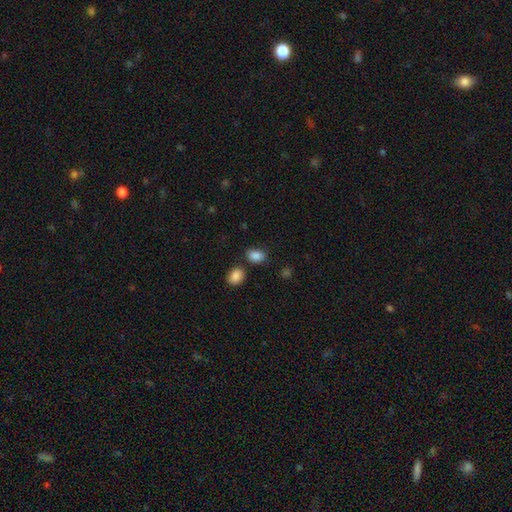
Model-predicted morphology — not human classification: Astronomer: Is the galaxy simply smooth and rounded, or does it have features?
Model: smooth — 86%.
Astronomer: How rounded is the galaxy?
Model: in between — 76%.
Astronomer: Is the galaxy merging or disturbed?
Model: none — 72%.